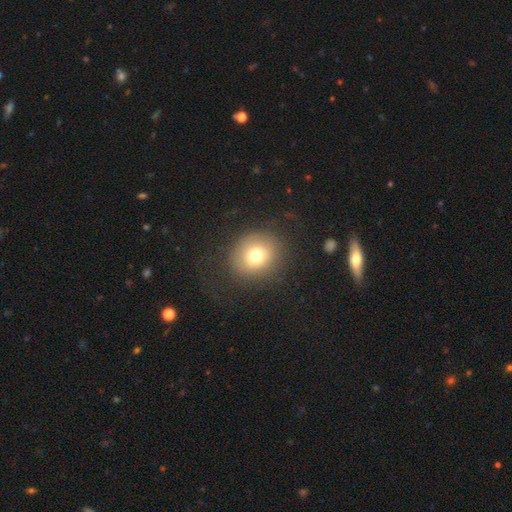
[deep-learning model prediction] A smooth galaxy with no disk features (73%) that is round (81%). Merging: none (80%).